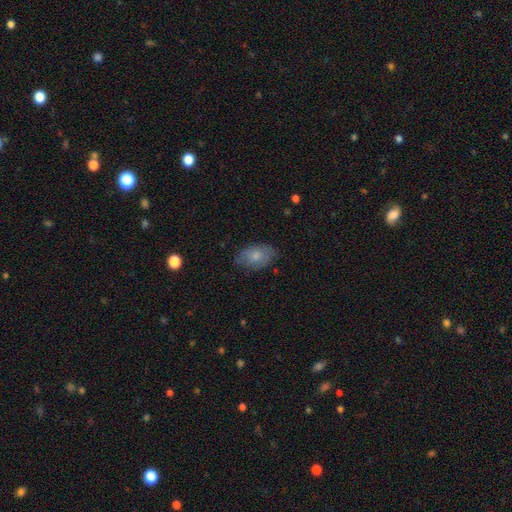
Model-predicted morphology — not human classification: This appears to be a smooth galaxy with no disk features (74%) that is in between round and cigar-shaped (92%). Merging: none (76%).